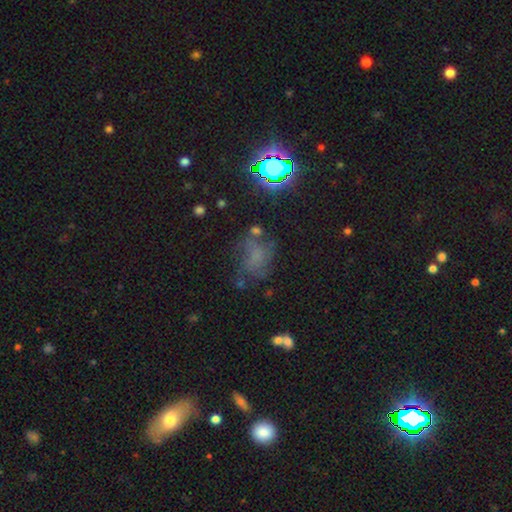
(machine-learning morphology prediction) Smooth or featured? smooth (44%)
Merging? none (51%)